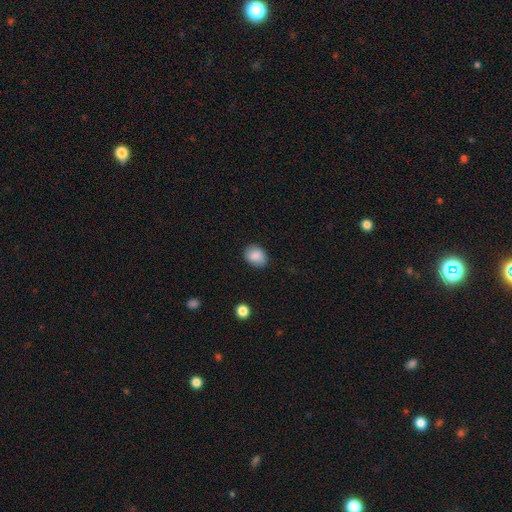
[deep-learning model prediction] smooth_or_featured: smooth (p=0.87) [alt: star or artifact p=0.08]
how_rounded: in between (p=0.59) [alt: round p=0.40]
merging: none (p=0.84) [alt: minor disturbance p=0.12]